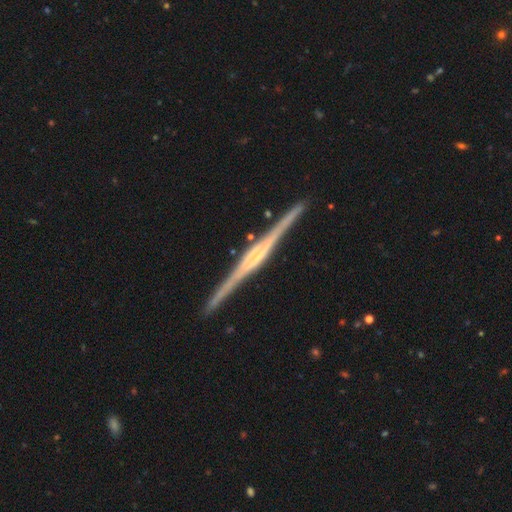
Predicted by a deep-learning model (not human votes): This appears to be a featured or disk galaxy (88%) viewed edge-on (99%) with a boxy central bulge (53%). Merging: none (91%).